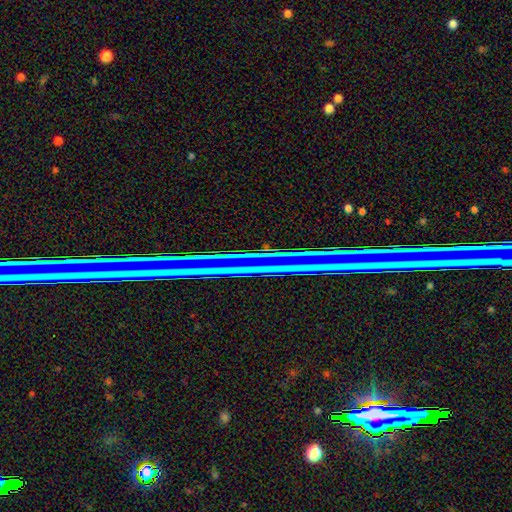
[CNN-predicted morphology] Smooth or featured? Predicted: star or artifact (p=0.80).